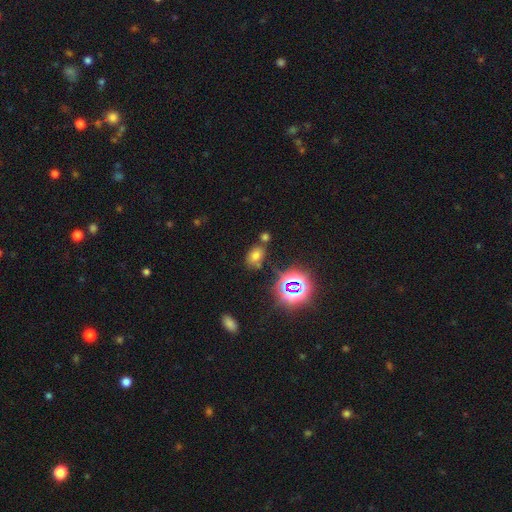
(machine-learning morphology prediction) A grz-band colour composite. It shows a smooth galaxy with no disk features (57%) that is in between round and cigar-shaped (78%). Merging: none (69%).